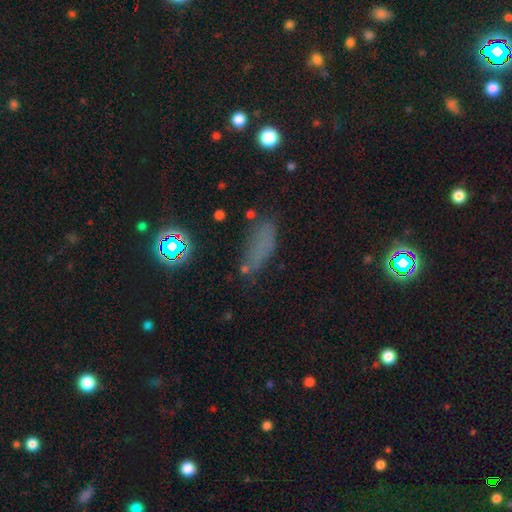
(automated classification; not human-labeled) Smooth or featured? Predicted: smooth (p=0.60). How rounded? Predicted: in between (p=0.55). Merging? Predicted: none (p=0.56).